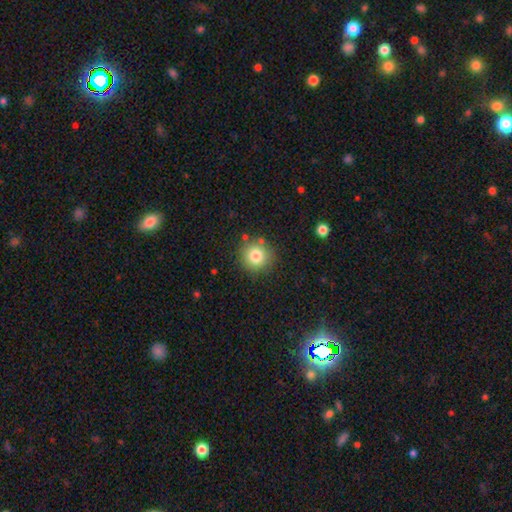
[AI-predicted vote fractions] Smooth or featured?
  - smooth: 81% *
  - star or artifact: 11%
  - featured or disk: 8%
How rounded?
  - round: 93% *
  - in between: 7%
  - cigar-shaped: 1%
Merging?
  - none: 84% *
  - minor disturbance: 9%
  - merger: 4%
  - major disturbance: 3%